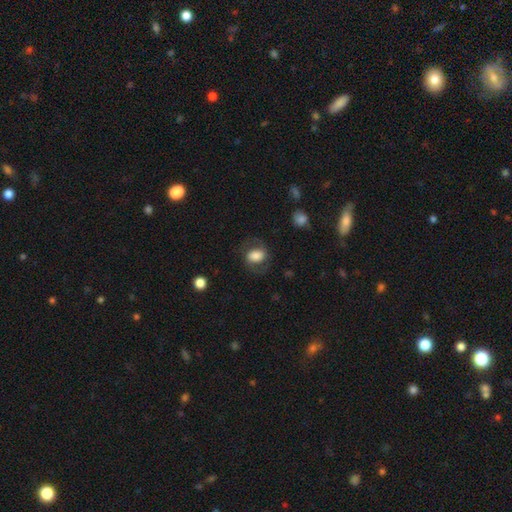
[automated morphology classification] Q: Smooth or featured?
A: smooth (58%); runner-up: featured or disk (34%)
Q: How rounded?
A: in between (62%); runner-up: round (37%)
Q: Merging?
A: none (69%); runner-up: minor disturbance (16%)